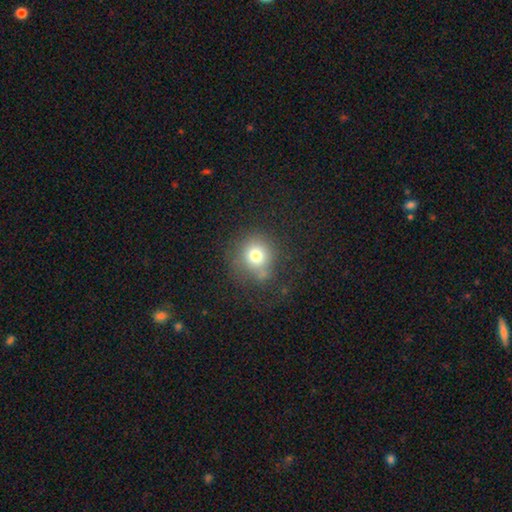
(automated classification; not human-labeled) Smooth or featured? Predicted: smooth (p=0.74). How rounded? Predicted: round (p=0.88). Merging? Predicted: none (p=0.67).